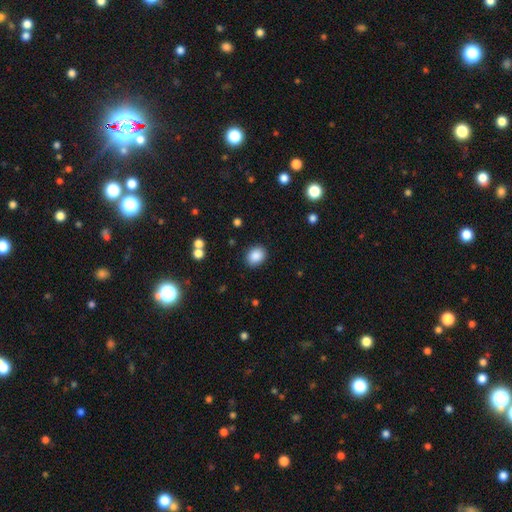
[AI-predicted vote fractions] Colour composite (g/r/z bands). It shows a smooth galaxy with no disk features (88%) that is round (50%). Merging: none (88%).